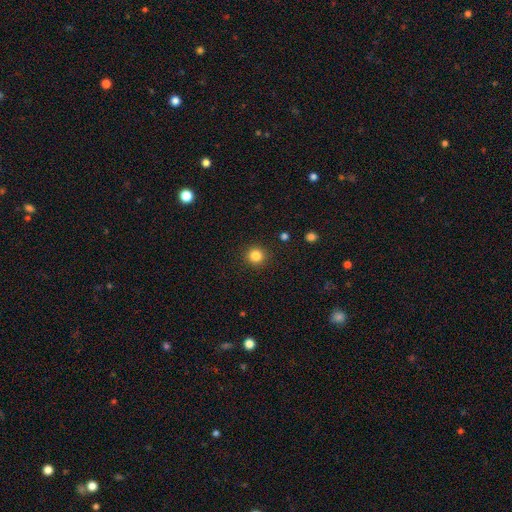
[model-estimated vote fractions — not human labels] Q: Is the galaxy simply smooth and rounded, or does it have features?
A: smooth — 84%.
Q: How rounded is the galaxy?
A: round — 94%.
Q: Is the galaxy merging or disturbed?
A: none — 91%.